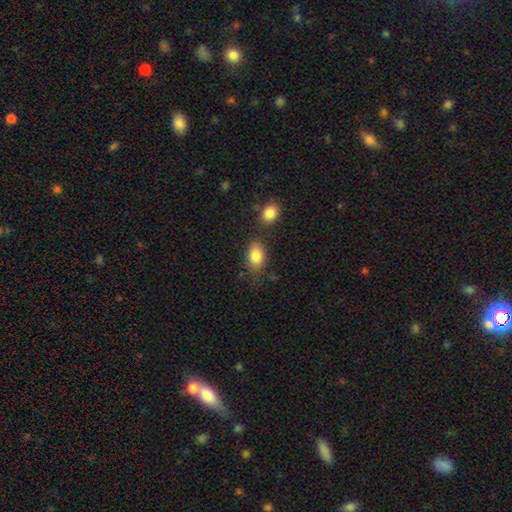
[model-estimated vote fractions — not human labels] Smooth or featured? smooth (85%)
How rounded? in between (84%)
Merging? none (68%)